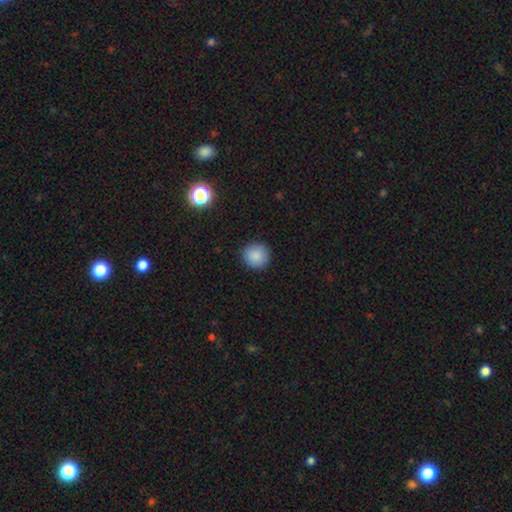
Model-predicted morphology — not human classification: A smooth galaxy with no disk features (87%) that is round (94%).

Vote fractions:
- Smooth or featured? smooth: 87% / star or artifact: 9% / featured or disk: 4%
- How rounded? round: 94% / in between: 5% / cigar-shaped: 1%
- Merging? none: 91% / minor disturbance: 6% / major disturbance: 2% / merger: 1%